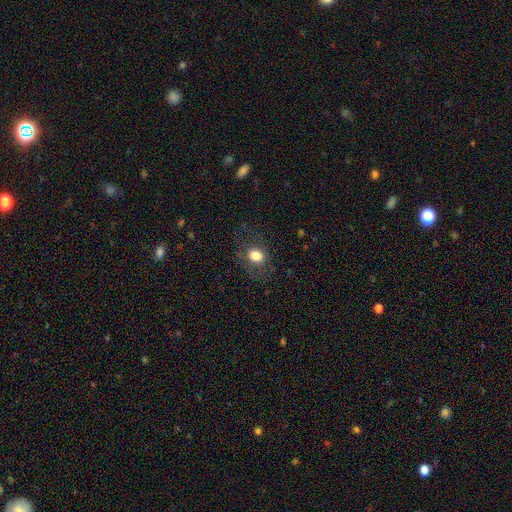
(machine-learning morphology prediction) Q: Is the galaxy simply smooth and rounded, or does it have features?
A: smooth — 77%.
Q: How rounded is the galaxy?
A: round — 50%.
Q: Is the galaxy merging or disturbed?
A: none — 70%.